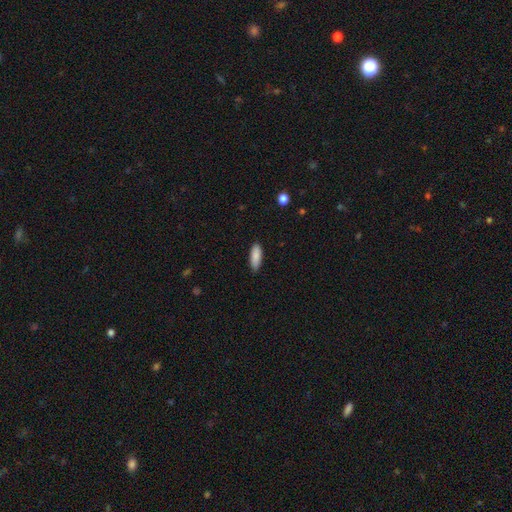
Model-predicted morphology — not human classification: smooth 89%, star or artifact 6%, featured or disk 5%. Down the decision tree: how rounded — in between (70%); merging — none (86%).